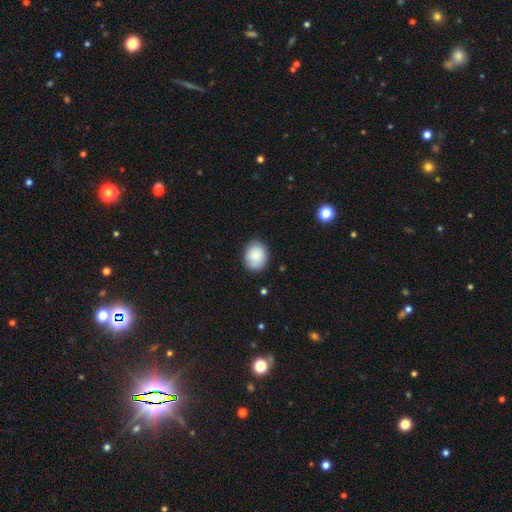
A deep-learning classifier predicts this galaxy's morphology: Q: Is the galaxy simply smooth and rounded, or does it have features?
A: smooth — 86%.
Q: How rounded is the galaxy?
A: in between — 53%.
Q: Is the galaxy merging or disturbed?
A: none — 83%.